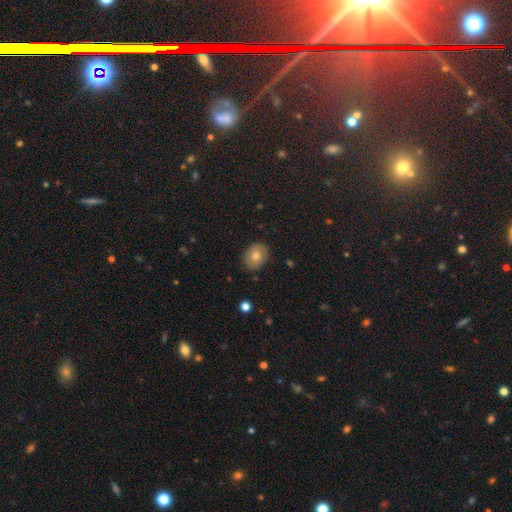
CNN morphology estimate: smooth-or-featured: smooth: 72% | featured or disk: 17% | star or artifact: 11%
  how-rounded: round: 54% | in between: 45% | cigar-shaped: 1%
  merging: none: 86% | minor disturbance: 11% | major disturbance: 2% | merger: 1%